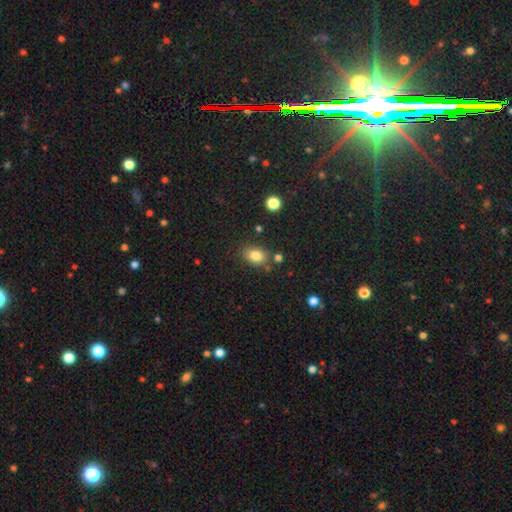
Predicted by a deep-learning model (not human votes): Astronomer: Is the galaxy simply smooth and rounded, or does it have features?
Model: smooth — 82%.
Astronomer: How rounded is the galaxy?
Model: in between — 66%.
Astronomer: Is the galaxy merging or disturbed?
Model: none — 77%.